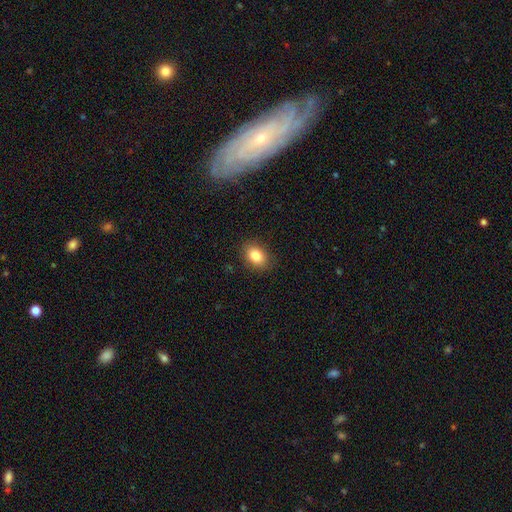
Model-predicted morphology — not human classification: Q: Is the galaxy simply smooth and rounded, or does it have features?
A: smooth — 84%.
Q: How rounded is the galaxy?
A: in between — 73%.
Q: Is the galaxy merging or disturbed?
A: none — 87%.